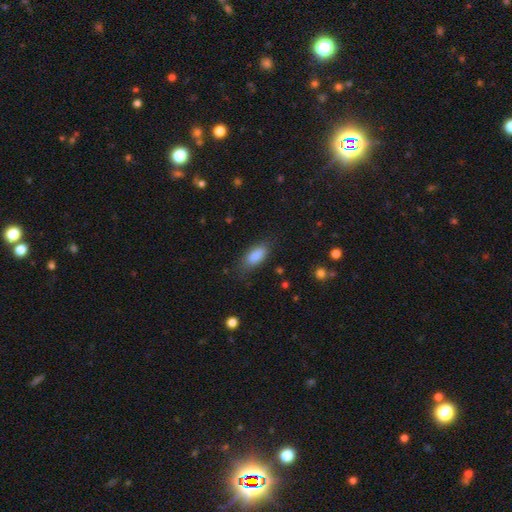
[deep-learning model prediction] A smooth galaxy with no disk features (87%) that is in between round and cigar-shaped (83%).

Vote fractions:
- Smooth or featured? smooth: 87% / star or artifact: 7% / featured or disk: 6%
- How rounded? in between: 83% / cigar-shaped: 15% / round: 2%
- Merging? none: 78% / minor disturbance: 16% / major disturbance: 5% / merger: 1%